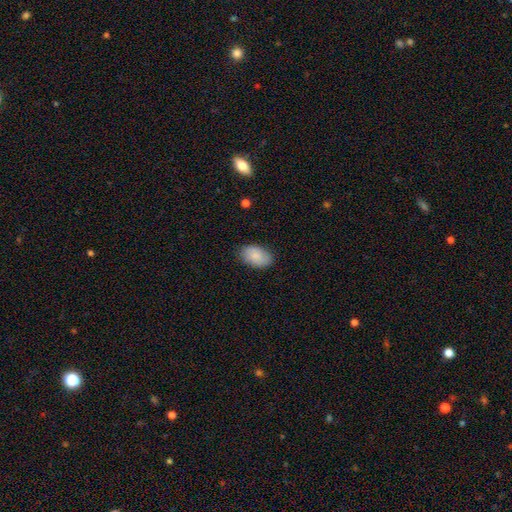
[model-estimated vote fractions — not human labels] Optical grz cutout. It shows a smooth galaxy with no disk features (86%) that is in between round and cigar-shaped (92%). Merging: none (84%).